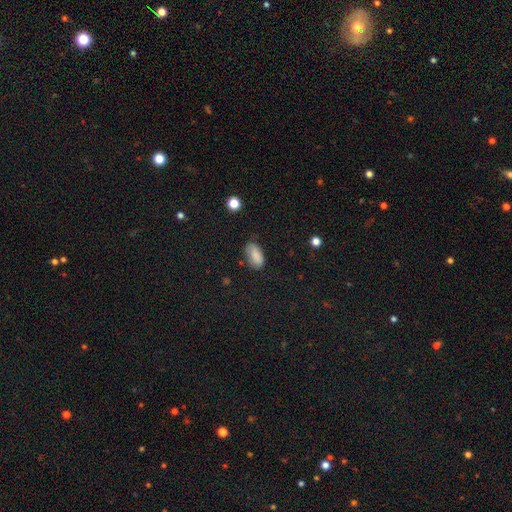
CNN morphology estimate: This appears to be a smooth galaxy with no disk features (85%) that is in between round and cigar-shaped (93%). Merging: none (67%).